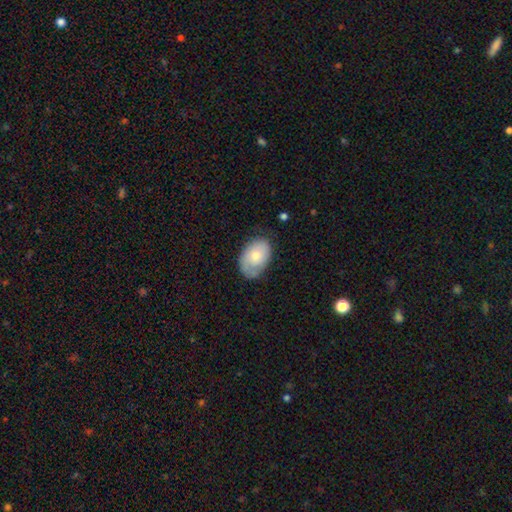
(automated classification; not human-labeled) smooth_or_featured: smooth (p=0.66) [alt: featured or disk p=0.28]
how_rounded: in between (p=0.87) [alt: round p=0.12]
merging: none (p=0.65) [alt: minor disturbance p=0.26]